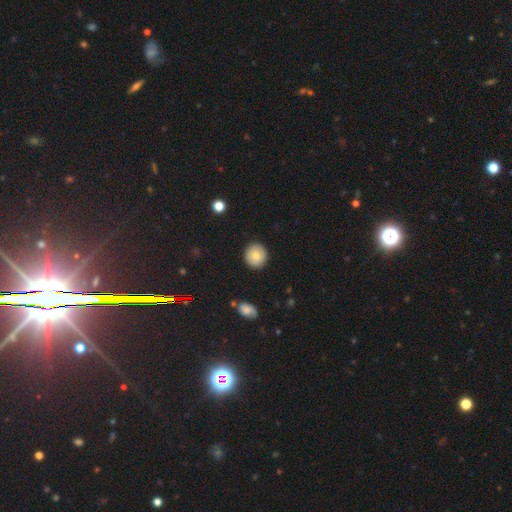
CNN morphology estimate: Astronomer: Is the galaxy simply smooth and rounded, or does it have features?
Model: smooth — 80%.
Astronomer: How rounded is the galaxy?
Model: round — 92%.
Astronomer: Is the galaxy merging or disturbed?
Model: none — 90%.